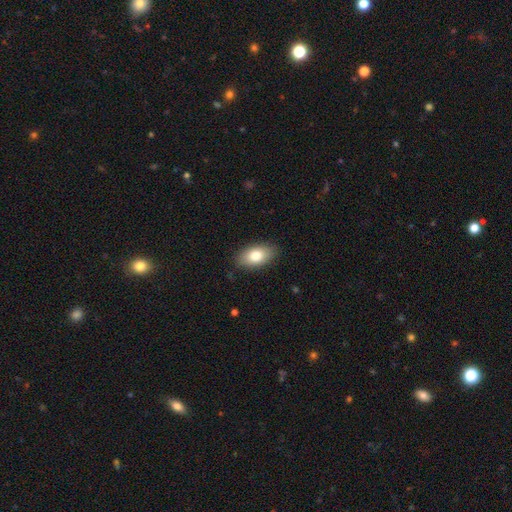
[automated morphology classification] Smooth or featured? smooth (79%)
How rounded? in between (92%)
Merging? none (86%)